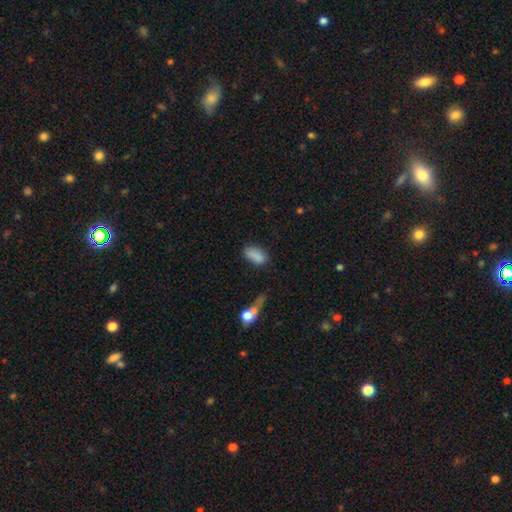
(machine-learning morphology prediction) Smooth or featured: smooth — 85% (star or artifact — 8%)
How rounded: in between — 90% (cigar-shaped — 5%)
Merging: none — 62% (minor disturbance — 23%)